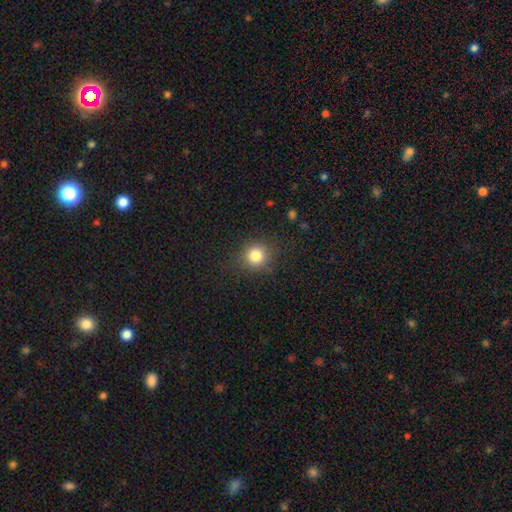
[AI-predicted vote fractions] smooth 82%, star or artifact 12%, featured or disk 6%. Down the decision tree: how rounded — round (89%); merging — none (85%).